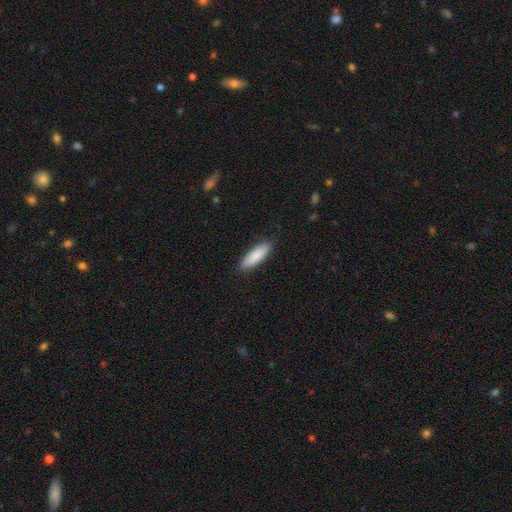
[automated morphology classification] This is clearly a smooth galaxy (87%). How rounded: possibly cigar-shaped (54%). Merging: clearly none (88%).